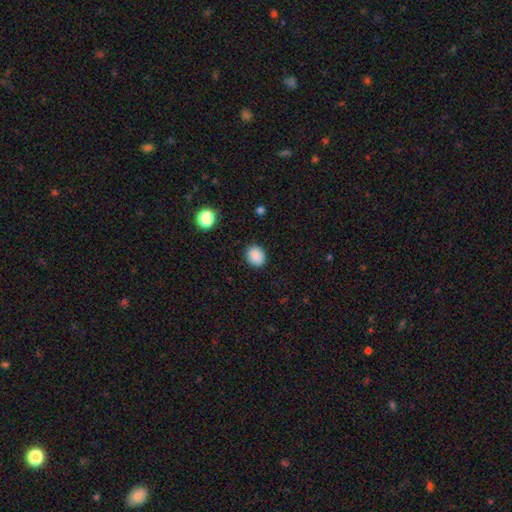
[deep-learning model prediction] Smooth or featured: smooth — 88% (star or artifact — 9%)
How rounded: in between — 51% (round — 49%)
Merging: none — 88% (minor disturbance — 8%)